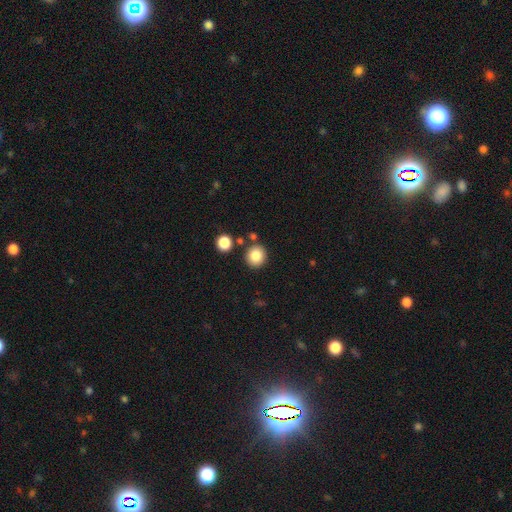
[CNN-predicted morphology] The model was most divided on "smooth or featured": smooth: 84%, star or artifact: 10%, featured or disk: 6%. More confident: how rounded — round (87%); merging — none (83%).